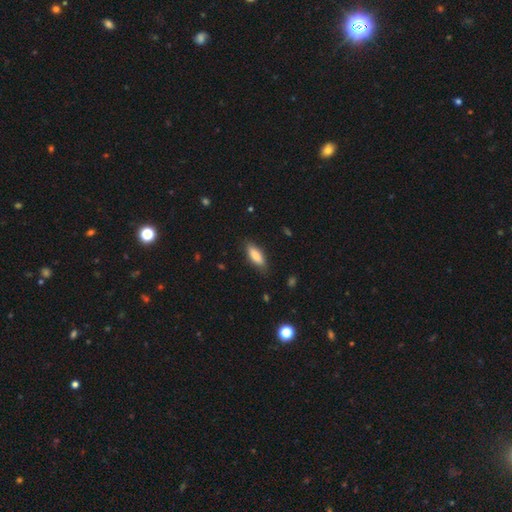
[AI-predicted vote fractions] Smooth or featured?
  - smooth: 80% *
  - featured or disk: 13%
  - star or artifact: 6%
How rounded?
  - in between: 66% *
  - cigar-shaped: 32%
  - round: 2%
Merging?
  - none: 83% *
  - minor disturbance: 13%
  - major disturbance: 3%
  - merger: 1%